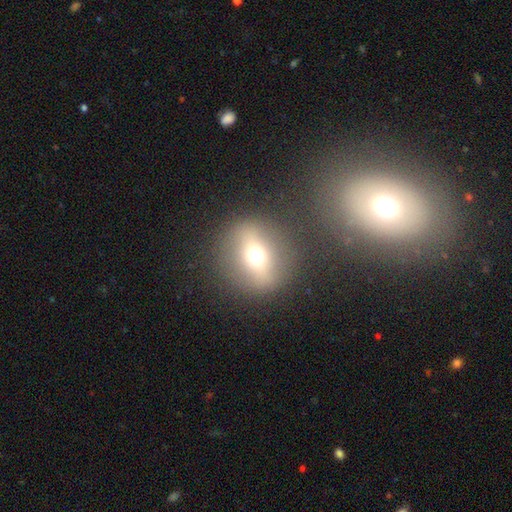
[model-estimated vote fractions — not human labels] smooth-or-featured: smooth: 49% | featured or disk: 39% | star or artifact: 12%
  merging: none: 82% | minor disturbance: 9% | merger: 4% | major disturbance: 4%